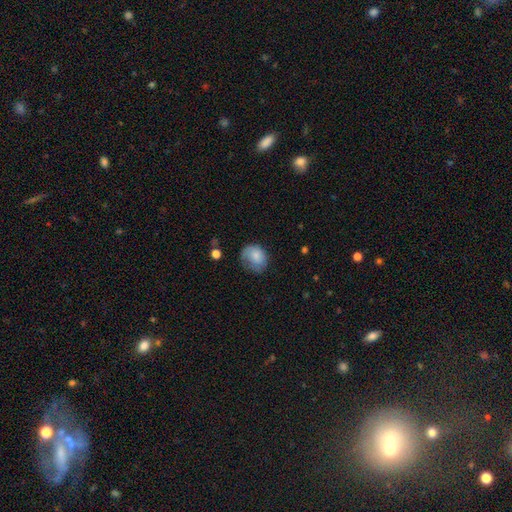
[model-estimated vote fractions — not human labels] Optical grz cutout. It shows a smooth galaxy with no disk features (76%) that is round (53%). Merging: none (45%).